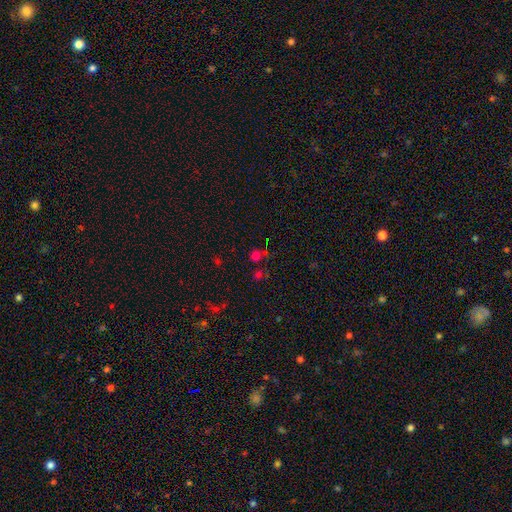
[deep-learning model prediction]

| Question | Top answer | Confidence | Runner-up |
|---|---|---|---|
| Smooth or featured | smooth | 53% | star or artifact (39%) |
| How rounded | round | 87% | in between (11%) |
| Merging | none | 66% | merger (15%) |